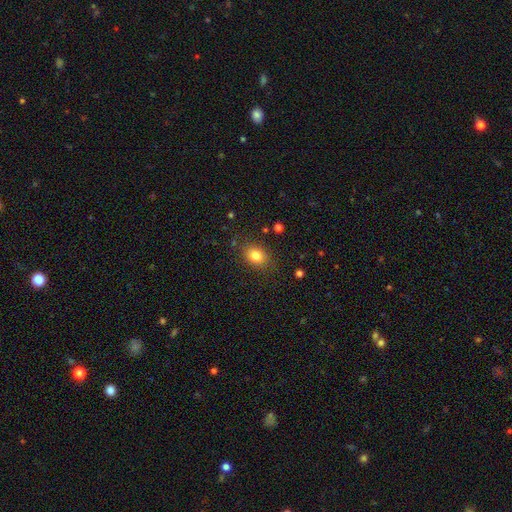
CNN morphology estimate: Q: Smooth or featured?
A: smooth (81%); runner-up: star or artifact (11%)
Q: How rounded?
A: in between (64%); runner-up: round (35%)
Q: Merging?
A: none (84%); runner-up: minor disturbance (11%)